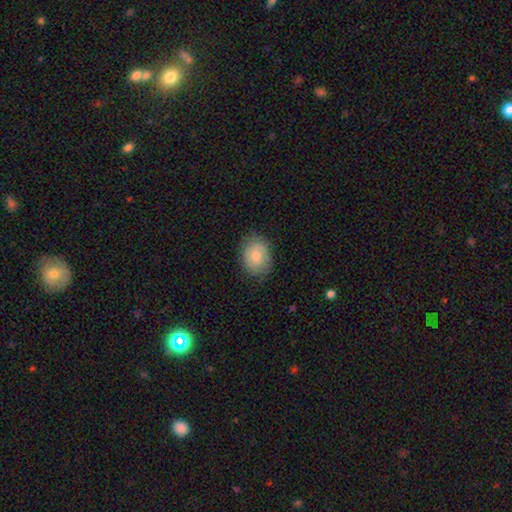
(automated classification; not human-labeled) This appears to be a smooth galaxy with no disk features (50%). Merging: none (78%).